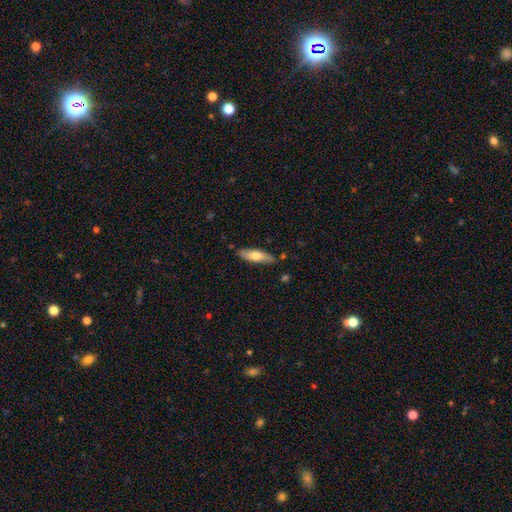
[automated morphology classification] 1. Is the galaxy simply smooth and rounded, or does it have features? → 67% smooth, 27% featured or disk, 6% star or artifact.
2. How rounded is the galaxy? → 50% cigar-shaped, 48% in between, 2% round.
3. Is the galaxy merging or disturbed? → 79% none, 16% minor disturbance, 3% merger, 2% major disturbance.